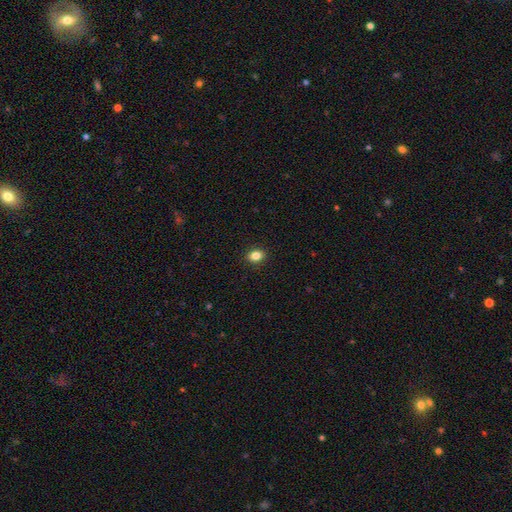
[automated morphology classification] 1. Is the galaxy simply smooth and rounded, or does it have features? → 85% smooth, 10% star or artifact, 5% featured or disk.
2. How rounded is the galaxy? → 61% in between, 38% round, 1% cigar-shaped.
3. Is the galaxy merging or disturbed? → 91% none, 6% minor disturbance, 2% major disturbance, 1% merger.